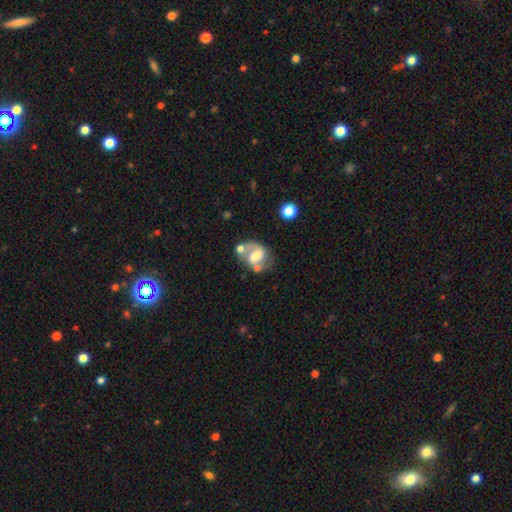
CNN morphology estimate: Smooth or featured? Predicted: featured or disk (p=0.62). Edge-on disk? Predicted: no (p=0.97). Bar? Predicted: weak (p=0.43). Spiral arms? Predicted: yes (p=0.74). Bulge size? Predicted: moderate (p=0.49). Merging? Predicted: none (p=0.44).